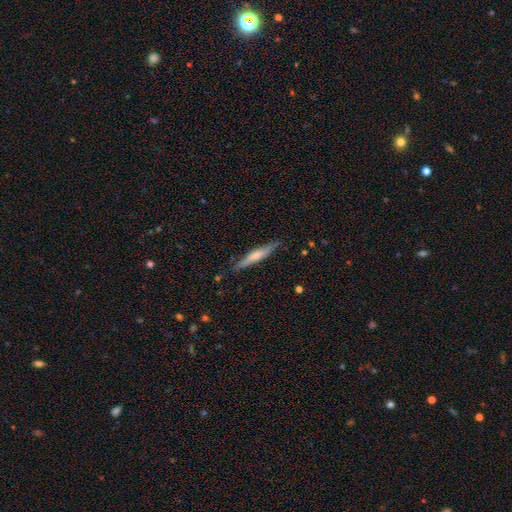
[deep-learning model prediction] Morphology: type=smooth (50%); roundness=cigar-shaped (93%); merging=none (85%).